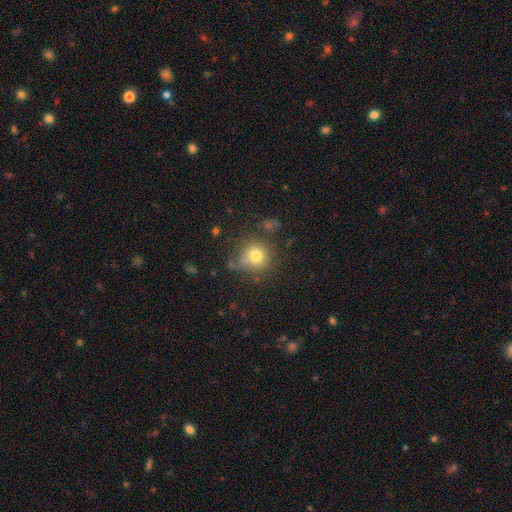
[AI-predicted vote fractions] smooth-or-featured: smooth: 77% | star or artifact: 13% | featured or disk: 9%
  how-rounded: round: 87% | in between: 12% | cigar-shaped: 1%
  merging: none: 69% | minor disturbance: 18% | major disturbance: 7% | merger: 6%